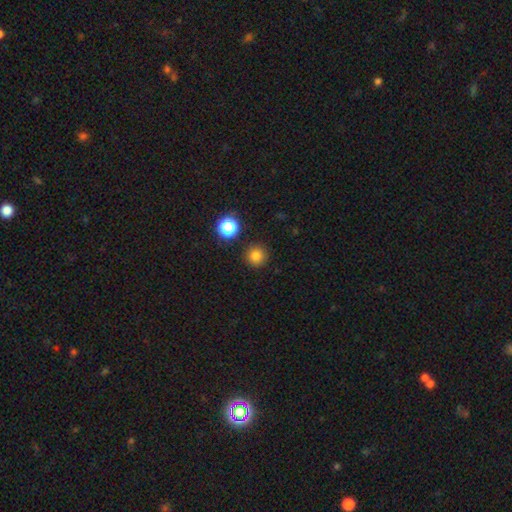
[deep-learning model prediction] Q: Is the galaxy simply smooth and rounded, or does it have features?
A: smooth — 80%.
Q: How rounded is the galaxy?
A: round — 95%.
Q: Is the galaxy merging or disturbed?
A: none — 90%.